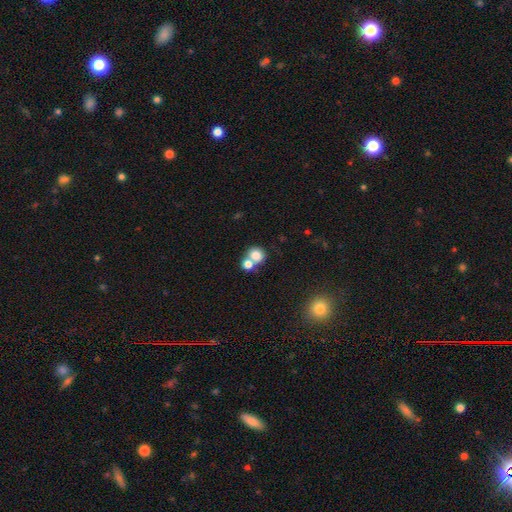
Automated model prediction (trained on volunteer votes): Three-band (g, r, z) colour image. It shows a smooth galaxy with no disk features (79%) that is round (73%). Merging: merger (50%).